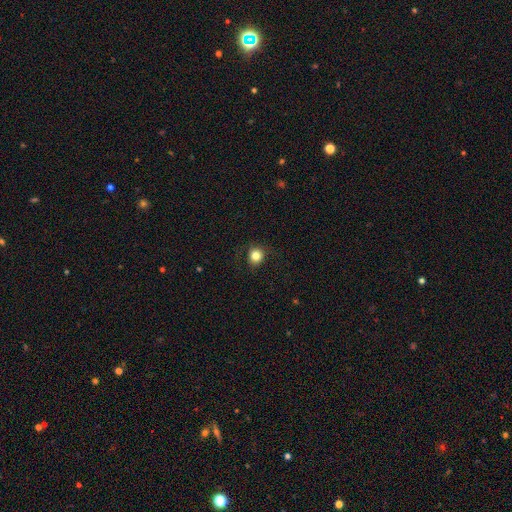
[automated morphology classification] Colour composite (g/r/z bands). It shows a smooth galaxy with no disk features (82%) that is round (85%). Merging: none (86%).